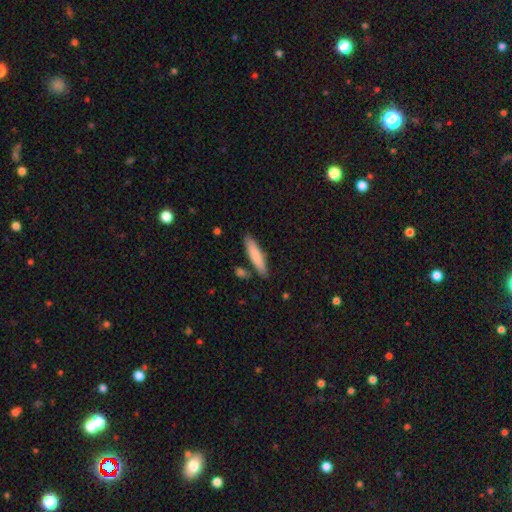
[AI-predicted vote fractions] smooth_or_featured: smooth (p=0.81) [alt: featured or disk p=0.14]
how_rounded: cigar-shaped (p=0.80) [alt: in between p=0.19]
merging: none (p=0.83) [alt: minor disturbance p=0.10]